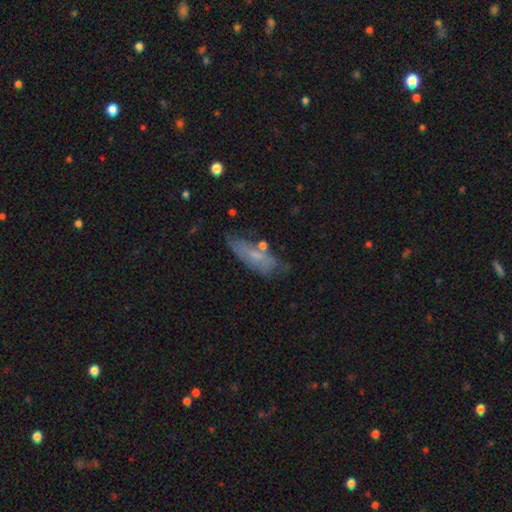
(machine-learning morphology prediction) This is possibly a smooth galaxy (52%). How rounded: possibly in between (56%). Merging: possibly none (57%).